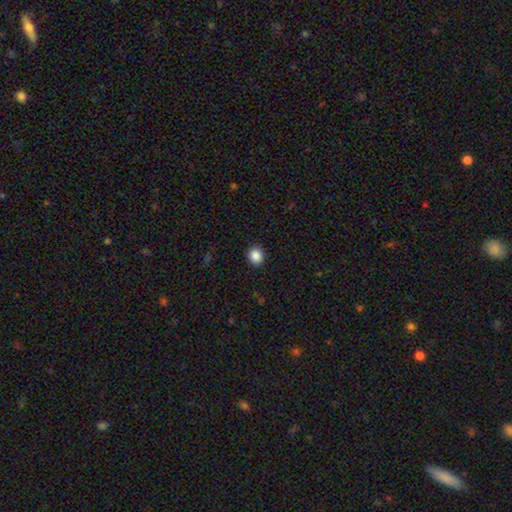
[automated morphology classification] Smooth or featured?
  - smooth: 88% *
  - star or artifact: 9%
  - featured or disk: 3%
How rounded?
  - round: 73% *
  - in between: 26%
  - cigar-shaped: 1%
Merging?
  - none: 91% *
  - minor disturbance: 6%
  - major disturbance: 2%
  - merger: 1%